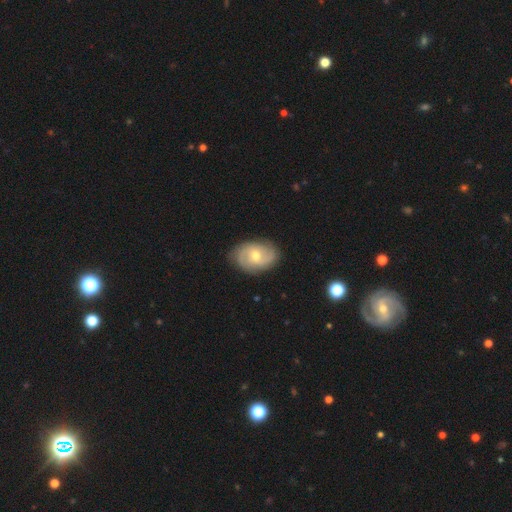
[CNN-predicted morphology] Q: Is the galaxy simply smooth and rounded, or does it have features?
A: featured or disk — 70%.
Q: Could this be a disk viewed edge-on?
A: no — 96%.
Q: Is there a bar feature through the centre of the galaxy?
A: no — 53%.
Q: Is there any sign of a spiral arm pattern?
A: yes — 90%.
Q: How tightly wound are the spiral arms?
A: medium — 44%.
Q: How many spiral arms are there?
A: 2 — 68%.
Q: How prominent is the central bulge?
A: moderate — 59%.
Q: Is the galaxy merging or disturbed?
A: none — 81%.